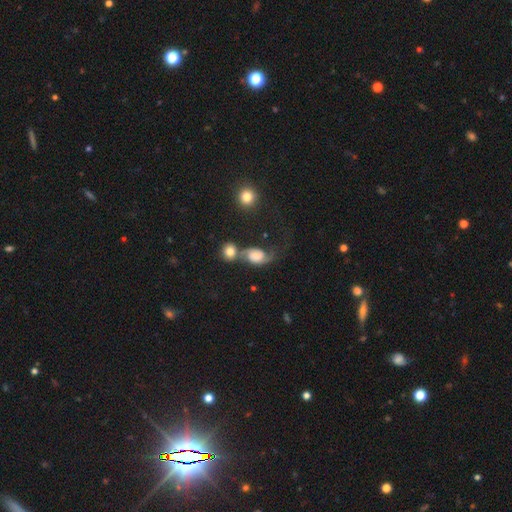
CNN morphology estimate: A featured or disk galaxy (54%) with no bar (71%), spiral arms (87%) and a large central bulge (33%). Merging: merger (34%).